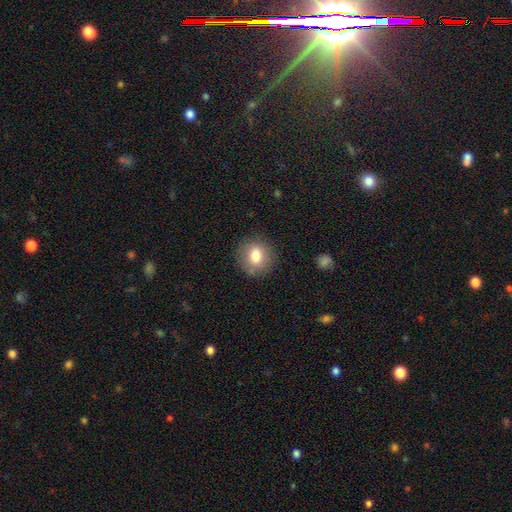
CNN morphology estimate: The model was most divided on "how rounded": round: 79%, in between: 20%, cigar-shaped: 1%. More confident: merging — none (85%); smooth or featured — smooth (78%).